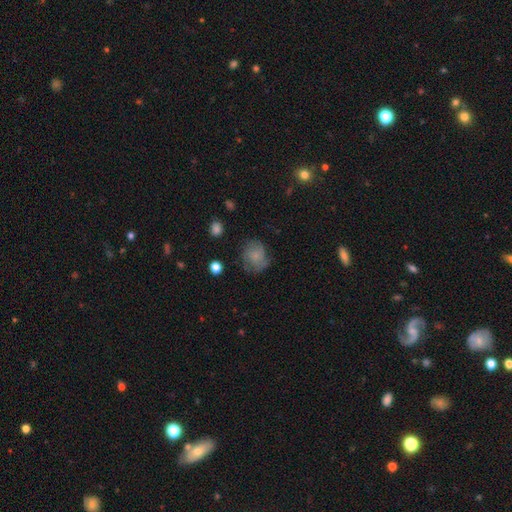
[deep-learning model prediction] Smooth or featured? Predicted: smooth (p=0.60). How rounded? Predicted: round (p=0.70). Merging? Predicted: none (p=0.59).